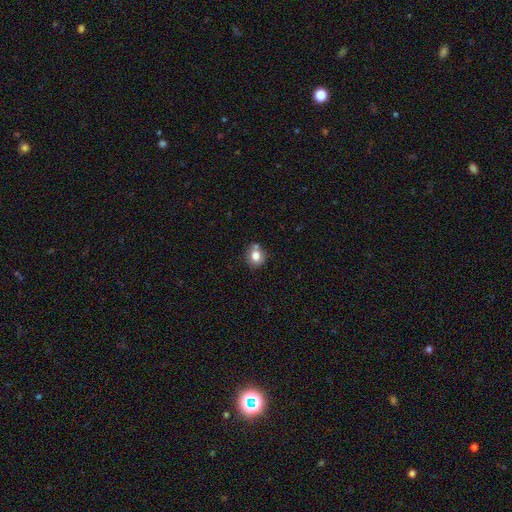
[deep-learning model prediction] smooth 78%, featured or disk 11%, star or artifact 11%. Down the decision tree: how rounded — round (73%); merging — none (66%).